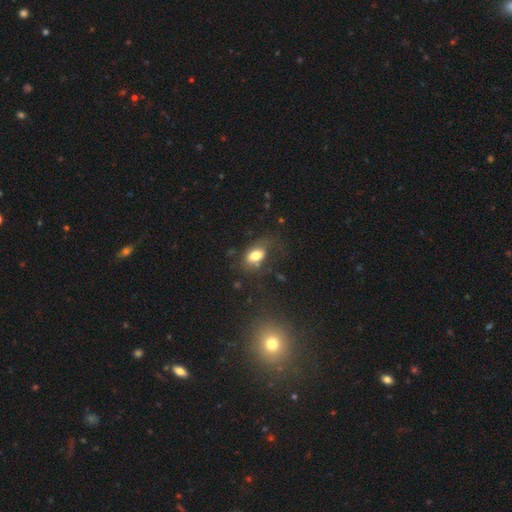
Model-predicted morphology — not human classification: smooth_or_featured: smooth (p=0.74) [alt: featured or disk p=0.17]
how_rounded: in between (p=0.87) [alt: round p=0.11]
merging: none (p=0.49) [alt: minor disturbance p=0.26]